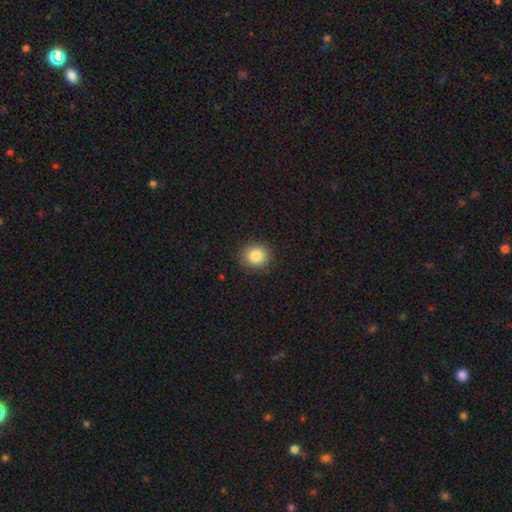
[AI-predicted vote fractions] This is clearly a smooth galaxy (85%). How rounded: clearly round (84%). Merging: clearly none (90%).